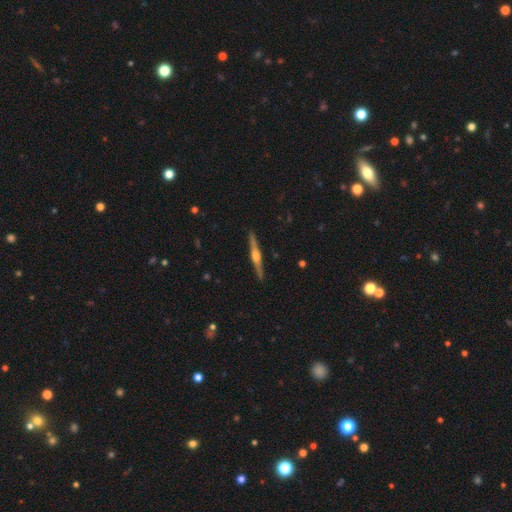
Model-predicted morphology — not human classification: A featured or disk galaxy (80%) viewed edge-on (98%) with a rounded central bulge (91%).

Vote fractions:
- Smooth or featured? featured or disk: 80% / smooth: 15% / star or artifact: 5%
- Edge-on disk? yes: 98% / no: 2%
- Edge-on bulge? rounded: 91% / boxy: 6% / none: 3%
- Merging? none: 92% / minor disturbance: 6% / major disturbance: 1% / merger: 1%